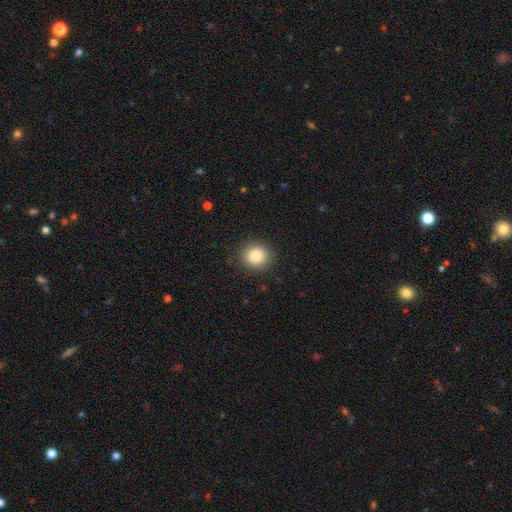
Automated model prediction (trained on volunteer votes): Smooth or featured: smooth — 83% (star or artifact — 10%)
How rounded: round — 87% (in between — 12%)
Merging: none — 90% (minor disturbance — 7%)